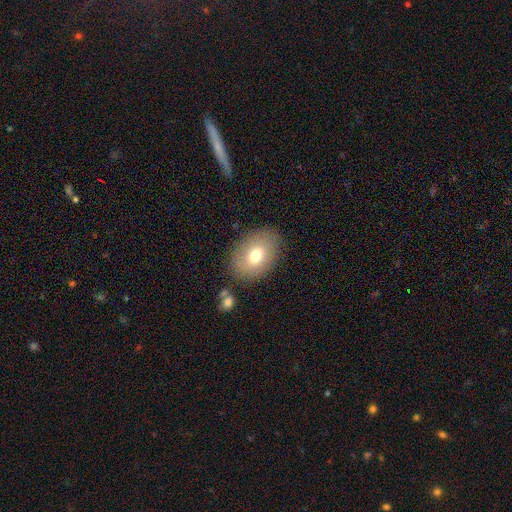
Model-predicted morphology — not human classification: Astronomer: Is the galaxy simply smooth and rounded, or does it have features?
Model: smooth — 72%.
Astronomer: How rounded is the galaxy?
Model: in between — 79%.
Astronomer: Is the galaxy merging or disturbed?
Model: none — 83%.